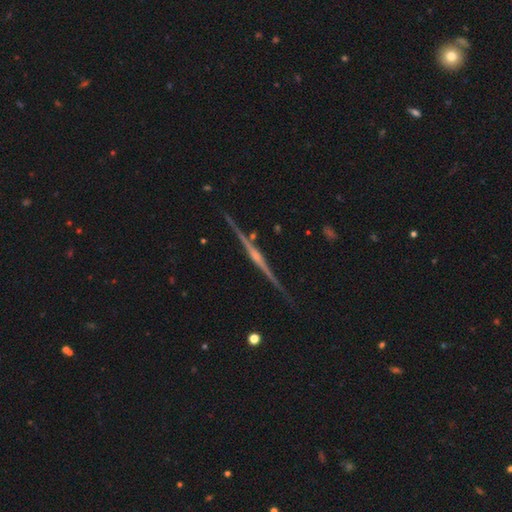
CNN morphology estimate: type=featured or disk (87%); edge-on=yes (99%); edge-on bulge=rounded (76%); merging=none (89%).